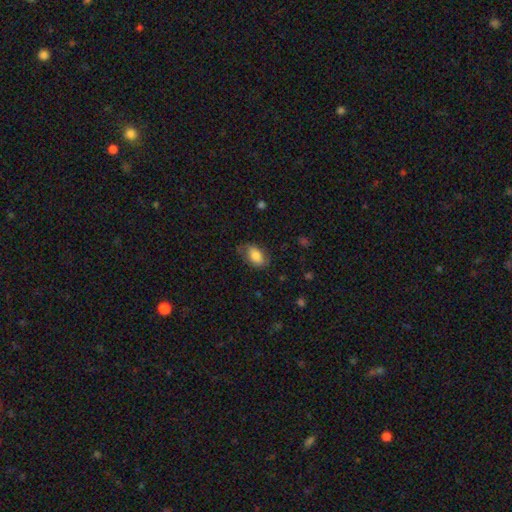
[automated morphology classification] smooth_or_featured: smooth (p=0.78) [alt: featured or disk p=0.15]
how_rounded: in between (p=0.91) [alt: round p=0.07]
merging: none (p=0.69) [alt: minor disturbance p=0.23]